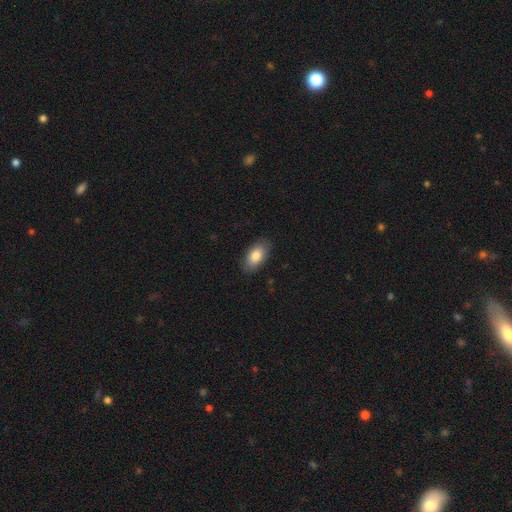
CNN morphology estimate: This is clearly a smooth galaxy (84%). How rounded: clearly in between (93%). Merging: clearly none (86%).